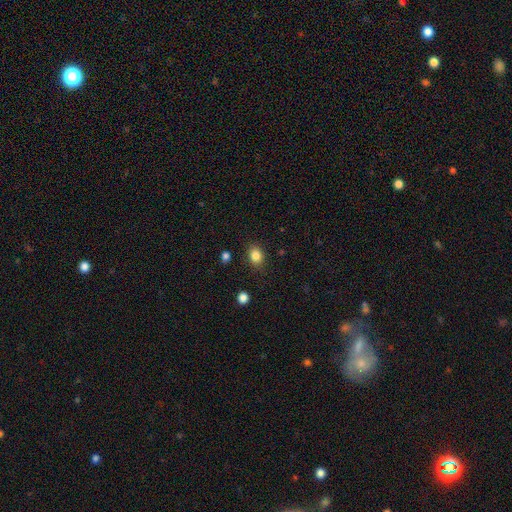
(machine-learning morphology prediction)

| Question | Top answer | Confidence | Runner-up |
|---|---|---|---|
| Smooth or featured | smooth | 84% | star or artifact (11%) |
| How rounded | in between | 50% | round (49%) |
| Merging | none | 85% | minor disturbance (11%) |